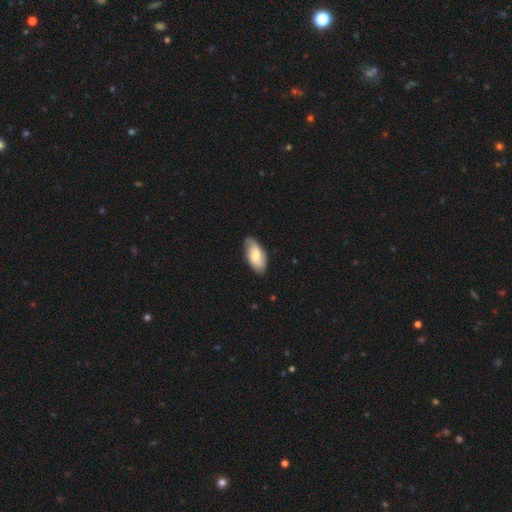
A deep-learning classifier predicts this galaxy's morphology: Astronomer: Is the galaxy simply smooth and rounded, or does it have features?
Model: smooth — 57% (runner-up: featured or disk, 37%).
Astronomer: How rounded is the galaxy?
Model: in between — 91%.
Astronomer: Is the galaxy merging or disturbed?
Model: none — 78%.